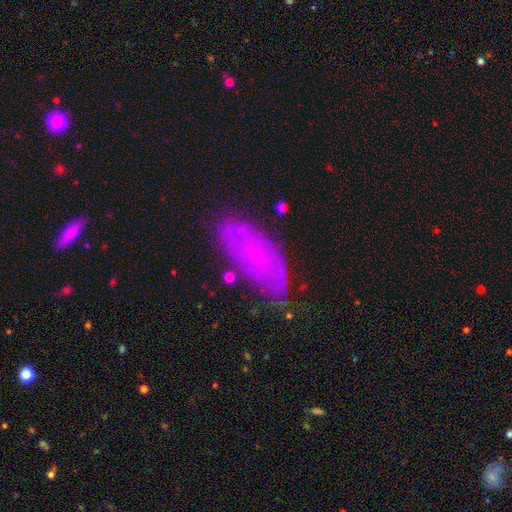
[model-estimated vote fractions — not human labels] smooth_or_featured: featured or disk (p=0.59) [alt: smooth p=0.31]
disk_edge_on: no (p=0.88) [alt: yes p=0.12]
bar: no (p=0.80) [alt: weak p=0.16]
has_spiral_arms: yes (p=0.60) [alt: no p=0.40]
bulge_size: small (p=0.82) [alt: moderate p=0.13]
merging: none (p=0.63) [alt: minor disturbance p=0.27]